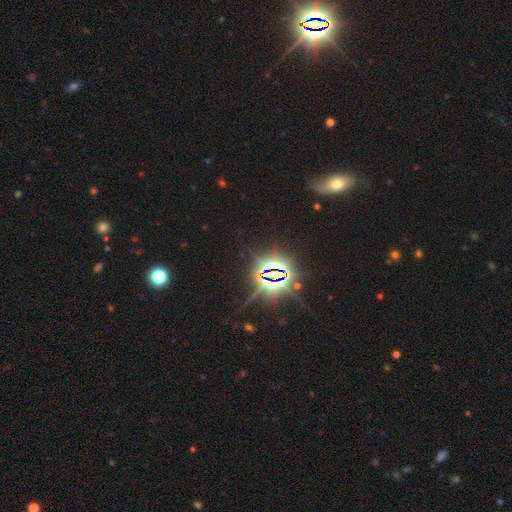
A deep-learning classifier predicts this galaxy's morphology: Overall: star or artifact (77%).